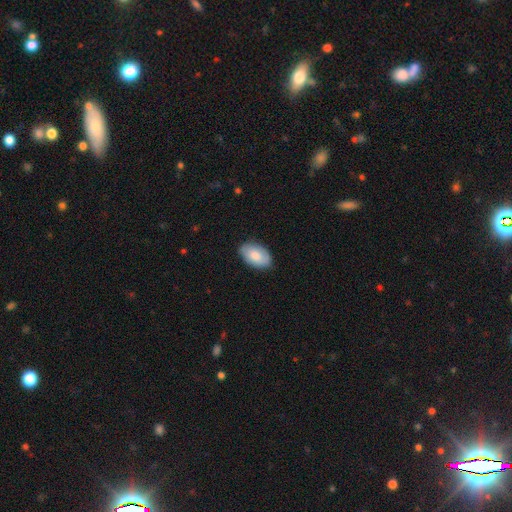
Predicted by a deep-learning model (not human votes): A smooth galaxy with no disk features (77%) that is in between round and cigar-shaped (94%).

Vote fractions:
- Smooth or featured? smooth: 77% / featured or disk: 17% / star or artifact: 6%
- How rounded? in between: 94% / round: 5% / cigar-shaped: 1%
- Merging? none: 84% / minor disturbance: 13% / major disturbance: 2% / merger: 1%